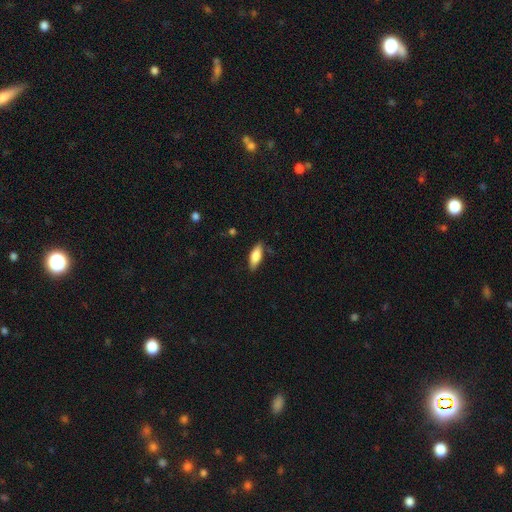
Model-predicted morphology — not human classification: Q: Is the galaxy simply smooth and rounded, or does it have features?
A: smooth — 80%.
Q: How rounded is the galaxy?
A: in between — 72%.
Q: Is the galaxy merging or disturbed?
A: none — 79%.